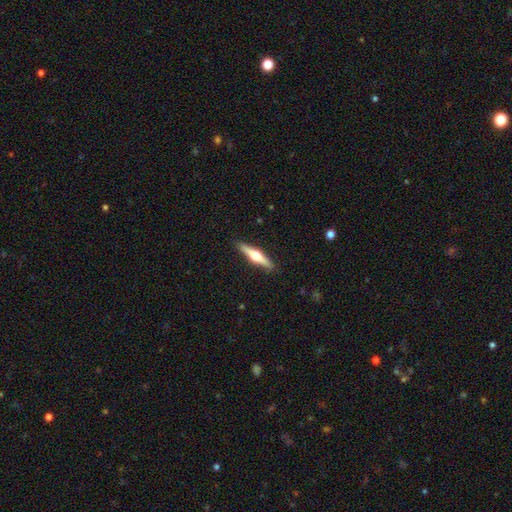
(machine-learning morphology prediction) Smooth or featured? featured or disk (65%)
Edge-on disk? yes (97%)
Edge-on bulge? rounded (95%)
Merging? none (91%)